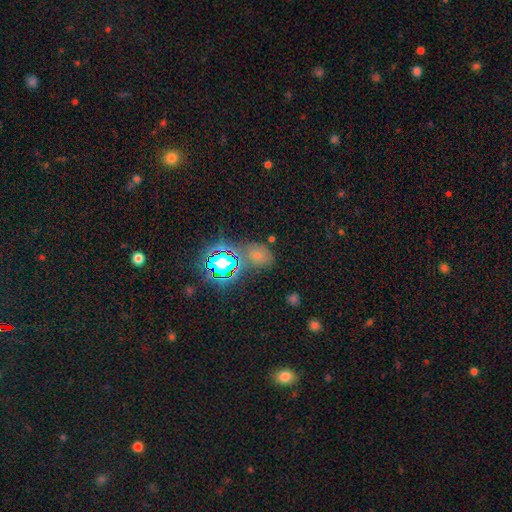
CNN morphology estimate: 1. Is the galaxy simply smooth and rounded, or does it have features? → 45% smooth, 43% star or artifact, 12% featured or disk.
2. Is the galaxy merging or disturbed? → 67% none, 16% minor disturbance, 10% merger, 7% major disturbance.